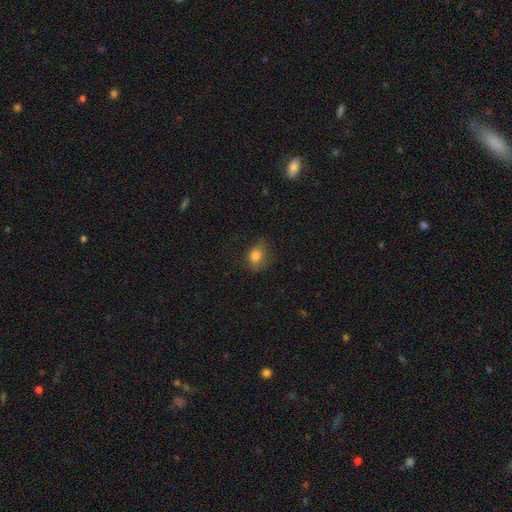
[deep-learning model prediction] Smooth or featured: smooth — 81% (star or artifact — 11%)
How rounded: in between — 57% (round — 42%)
Merging: none — 67% (minor disturbance — 24%)